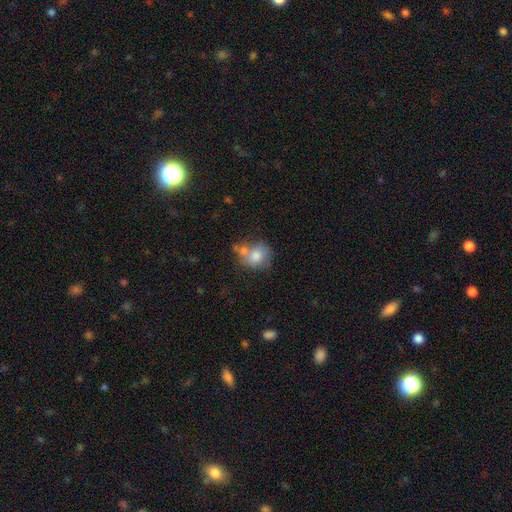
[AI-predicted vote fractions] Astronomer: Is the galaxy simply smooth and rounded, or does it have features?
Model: smooth — 73%.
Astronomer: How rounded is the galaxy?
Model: round — 67%.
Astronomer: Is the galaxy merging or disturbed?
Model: none — 38% (runner-up: merger, 34%).